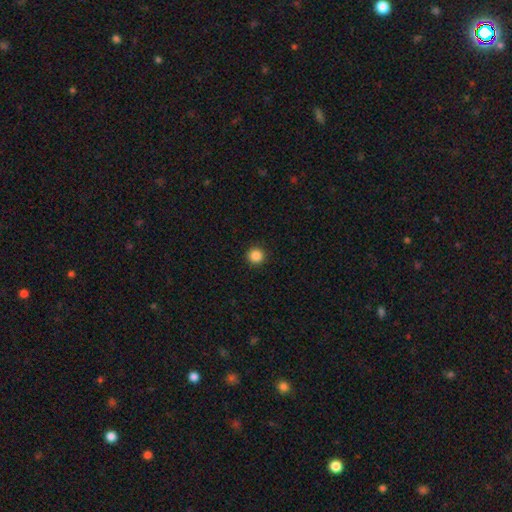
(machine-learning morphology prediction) A smooth galaxy with no disk features (86%) that is round (96%). Merging: none (93%).